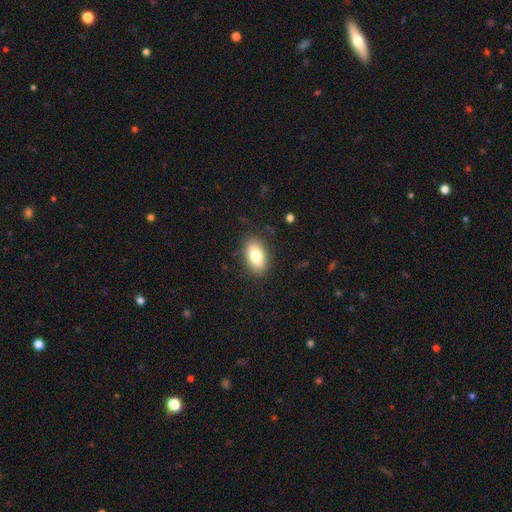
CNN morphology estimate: The model was most divided on "smooth or featured": smooth: 78%, featured or disk: 15%, star or artifact: 8%. More confident: how rounded — in between (90%); merging — none (86%).